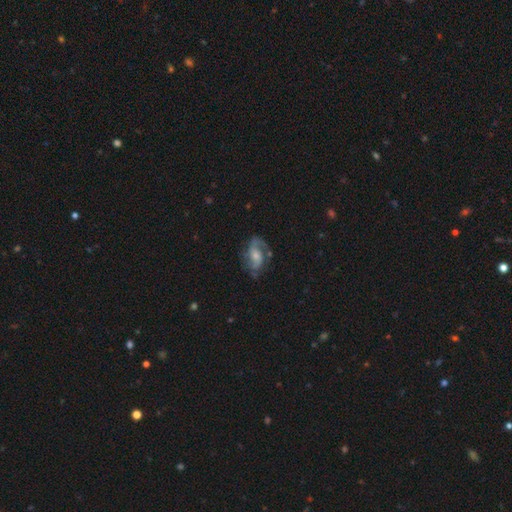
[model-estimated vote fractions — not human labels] smooth-or-featured: featured or disk: 81% | smooth: 13% | star or artifact: 6%
  disk-edge-on: no: 97% | yes: 3%
    bar: no: 55% | weak: 36% | strong: 9%
    has-spiral-arms: yes: 94% | no: 6%
      spiral-winding: medium: 48% | loose: 35% | tight: 17%
      spiral-arm-count: 2: 81% | 1: 9% | can't tell: 5% | 3: 2% | 4: 1% | more than 4: 1%
    bulge-size: small: 47% | moderate: 39% | none: 7% | large: 6% | dominant: 1%
  merging: none: 64% | minor disturbance: 20% | major disturbance: 14% | merger: 2%